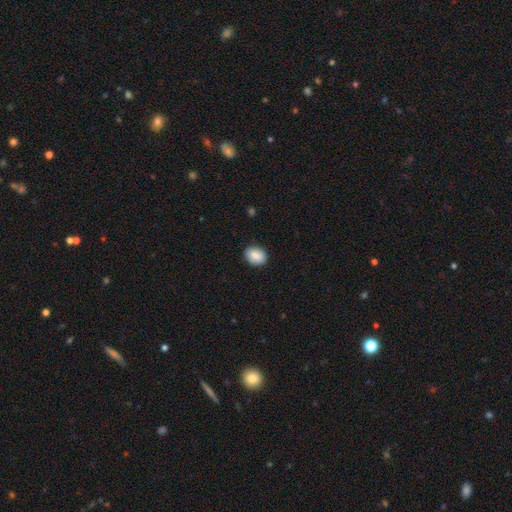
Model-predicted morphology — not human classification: type=smooth (85%); roundness=in between (60%); merging=none (87%).